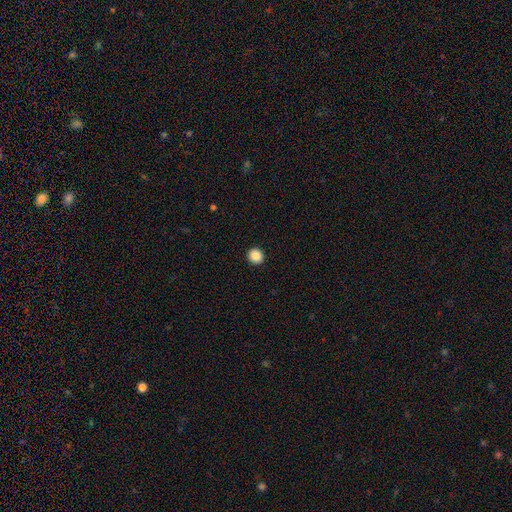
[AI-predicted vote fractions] Smooth or featured? smooth (88%)
How rounded? round (93%)
Merging? none (93%)